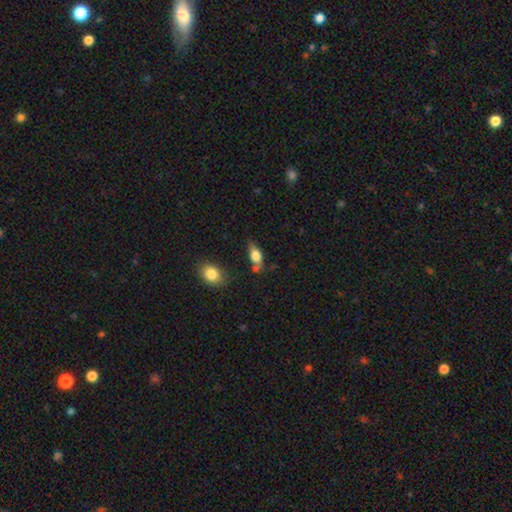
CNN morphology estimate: This appears to be a smooth galaxy with no disk features (70%) that is in between round and cigar-shaped (78%). Merging: none (58%).